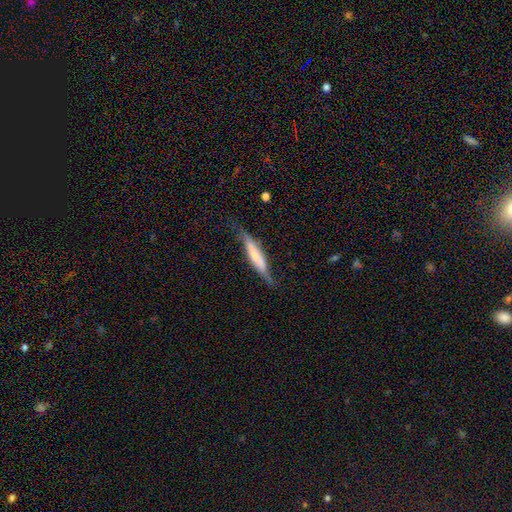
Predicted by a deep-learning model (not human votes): Overall: smooth (50%; featured or disk 44%). How rounded: cigar-shaped (87%). Merging: none (67%).